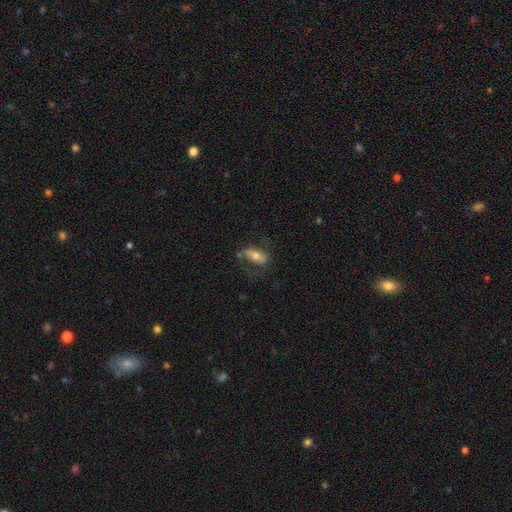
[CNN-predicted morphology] type=smooth (52%); roundness=in between (84%); merging=none (57%).